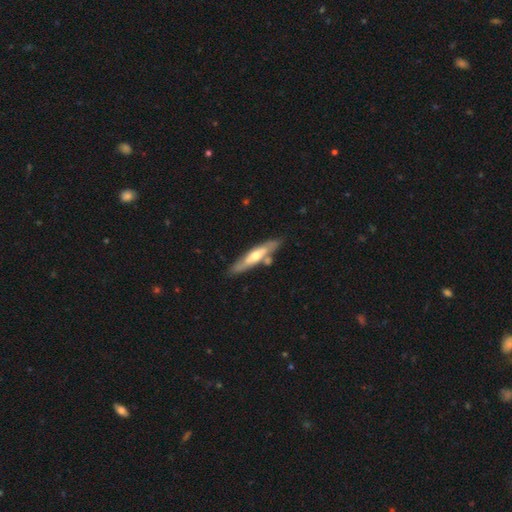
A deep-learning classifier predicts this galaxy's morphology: Smooth or featured? Predicted: featured or disk (p=0.59). Edge-on disk? Predicted: yes (p=0.68). Merging? Predicted: none (p=0.70).